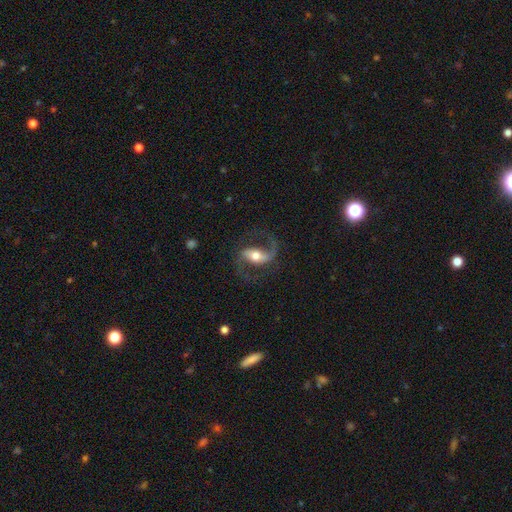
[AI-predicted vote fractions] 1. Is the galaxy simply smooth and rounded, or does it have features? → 86% featured or disk, 8% smooth, 5% star or artifact.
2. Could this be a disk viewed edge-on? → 96% no, 4% yes.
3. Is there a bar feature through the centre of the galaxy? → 41% strong, 36% weak, 23% no.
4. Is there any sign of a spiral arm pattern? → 96% yes, 4% no.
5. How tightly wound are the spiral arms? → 47% loose, 44% medium, 9% tight.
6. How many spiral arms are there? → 90% 2, 5% 1, 2% can't tell, 1% 3, 1% 4, 1% more than 4.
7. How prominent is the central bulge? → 67% moderate, 17% small, 14% large, 2% dominant, 1% none.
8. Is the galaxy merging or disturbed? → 74% none, 13% minor disturbance, 12% major disturbance, 2% merger.